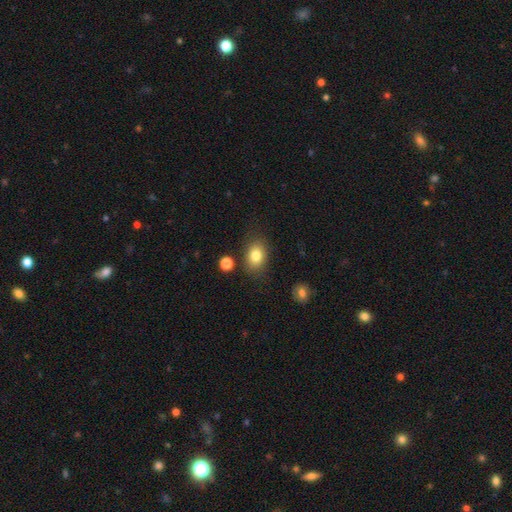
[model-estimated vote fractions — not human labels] smooth-or-featured: smooth: 82% | star or artifact: 9% | featured or disk: 9%
  how-rounded: in between: 72% | round: 27% | cigar-shaped: 1%
  merging: none: 79% | minor disturbance: 13% | major disturbance: 4% | merger: 4%